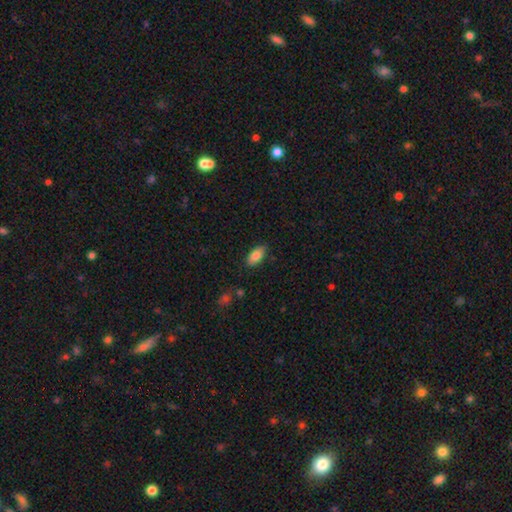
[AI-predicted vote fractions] Smooth or featured: smooth — 84% (featured or disk — 9%)
How rounded: in between — 91% (cigar-shaped — 7%)
Merging: none — 85% (minor disturbance — 11%)